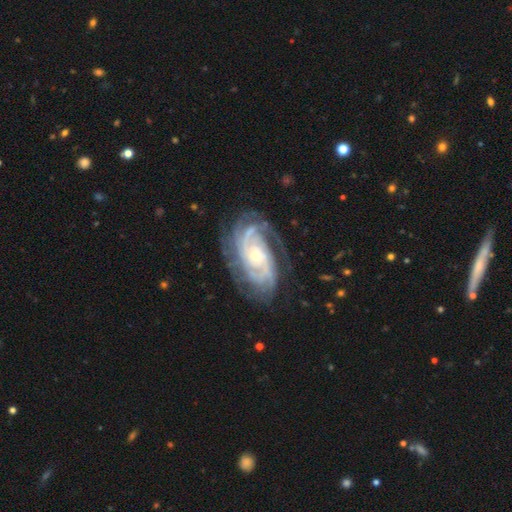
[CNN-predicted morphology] smooth-or-featured: featured or disk: 90% | smooth: 5% | star or artifact: 5%
  disk-edge-on: no: 96% | yes: 4%
    bar: no: 72% | weak: 21% | strong: 7%
    has-spiral-arms: yes: 98% | no: 2%
      spiral-winding: tight: 67% | medium: 28% | loose: 6%
      spiral-arm-count: can't tell: 23% (tied) | 3: 23% (tied) | 2: 21% | 4: 18% | more than 4: 8% | 1: 6%
    bulge-size: small: 60% | moderate: 35% | large: 2% | none: 1% | dominant: 1%
  merging: none: 74% | minor disturbance: 17% | major disturbance: 8% | merger: 1%